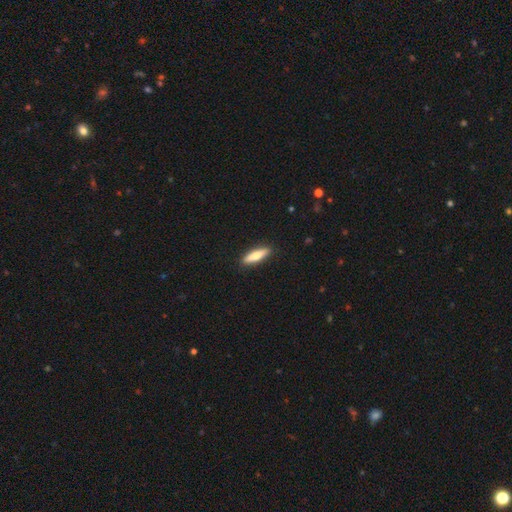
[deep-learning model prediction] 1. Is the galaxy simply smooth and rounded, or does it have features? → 65% smooth, 30% featured or disk, 5% star or artifact.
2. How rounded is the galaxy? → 72% cigar-shaped, 26% in between, 2% round.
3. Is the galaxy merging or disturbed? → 91% none, 7% minor disturbance, 2% major disturbance, 1% merger.